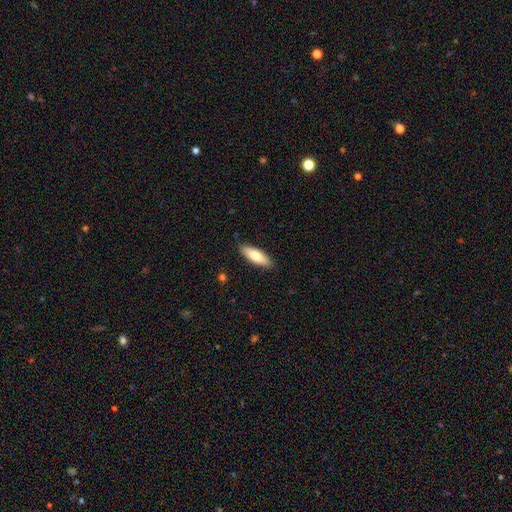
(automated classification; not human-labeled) Q: Smooth or featured?
A: smooth (72%); runner-up: featured or disk (22%)
Q: How rounded?
A: in between (58%); runner-up: cigar-shaped (40%)
Q: Merging?
A: none (88%); runner-up: minor disturbance (9%)